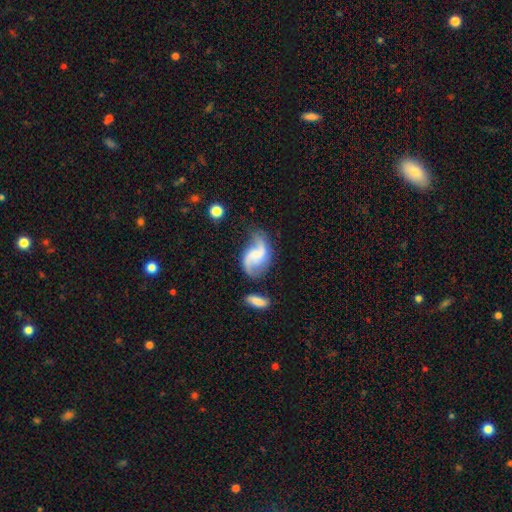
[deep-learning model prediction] This is likely a featured or disk galaxy (78%). It is clearly not viewed edge-on (97%). Bar: marginally no (45%). Spiral arm pattern: clearly yes (94%). Spiral arm count: clearly 2 (88%). Spiral winding: likely loose (71%). Central bulge: marginally none (44%). Merging: possibly none (52%).